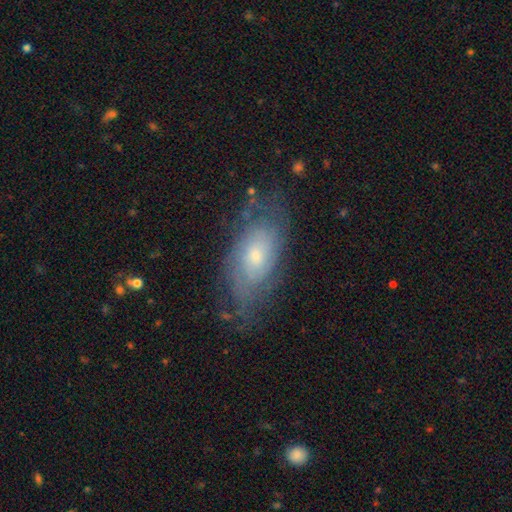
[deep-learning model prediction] featured or disk 62%, smooth 29%, star or artifact 9%. Down the decision tree: edge-on disk — no (89%); bar — no (76%); spiral arms — yes (78%); bulge size — small (50%); merging — none (68%).